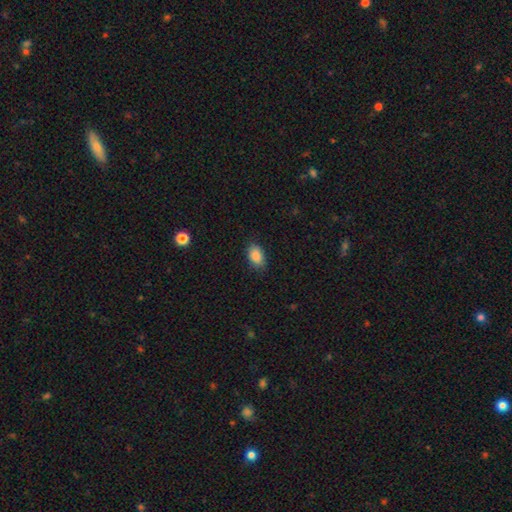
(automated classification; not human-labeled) Q: Smooth or featured?
A: smooth (88%); runner-up: star or artifact (8%)
Q: How rounded?
A: in between (89%); runner-up: round (10%)
Q: Merging?
A: none (82%); runner-up: minor disturbance (14%)